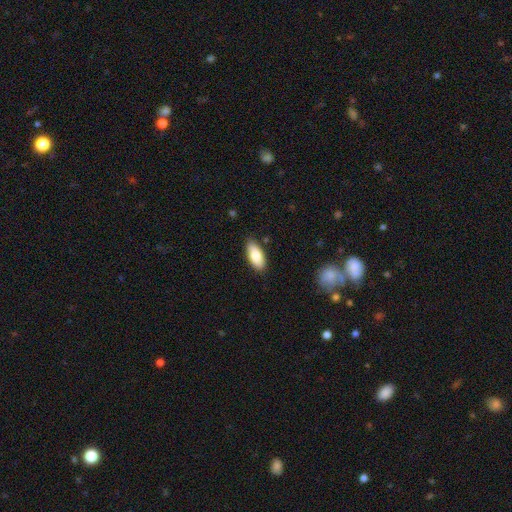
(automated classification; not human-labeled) A smooth galaxy with no disk features (83%) that is in between round and cigar-shaped (86%). Merging: none (85%).